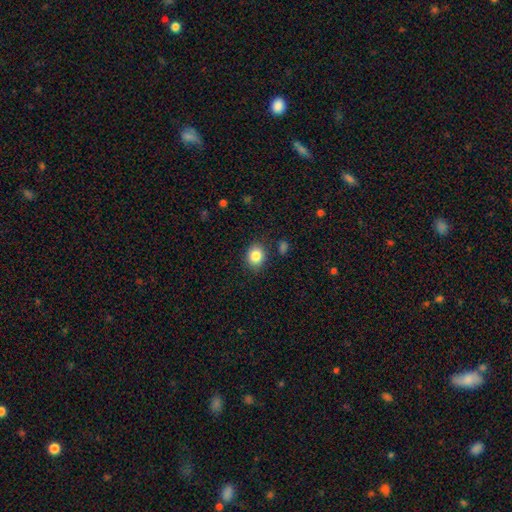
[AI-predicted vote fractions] The model was most divided on "how rounded": round: 59%, in between: 40%, cigar-shaped: 1%. More confident: merging — none (85%); smooth or featured — smooth (84%).